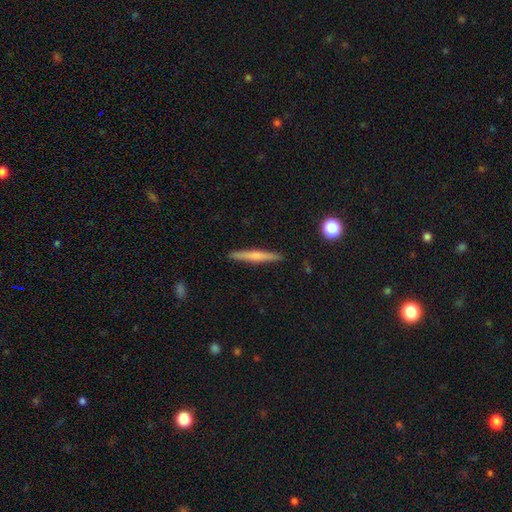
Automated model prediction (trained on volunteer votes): Smooth or featured? smooth (50%)
How rounded? cigar-shaped (95%)
Merging? none (91%)